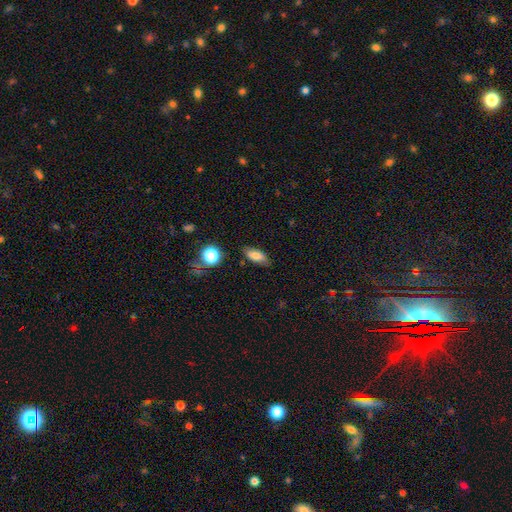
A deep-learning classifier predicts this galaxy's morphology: Smooth or featured? Predicted: smooth (p=0.78). How rounded? Predicted: in between (p=0.80). Merging? Predicted: none (p=0.79).